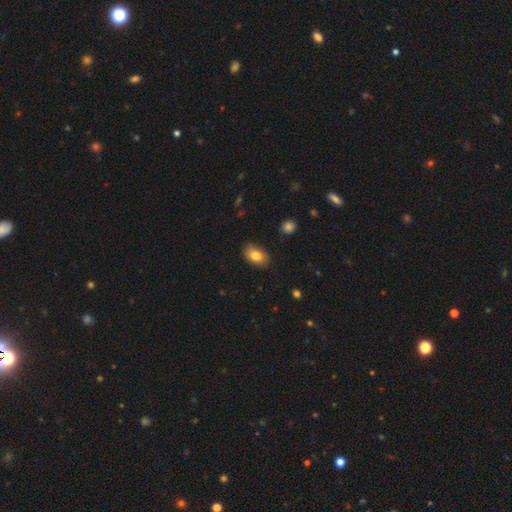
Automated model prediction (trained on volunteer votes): smooth 82%, featured or disk 10%, star or artifact 8%. Down the decision tree: how rounded — in between (87%); merging — none (82%).